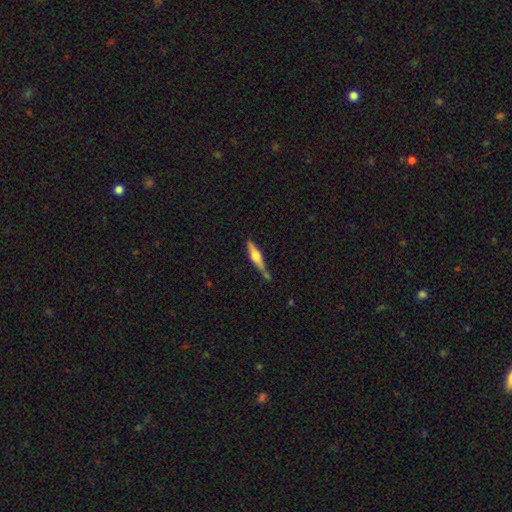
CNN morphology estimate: This appears to be a featured or disk galaxy (61%) viewed edge-on (96%) with a rounded central bulge (86%). Merging: none (66%).